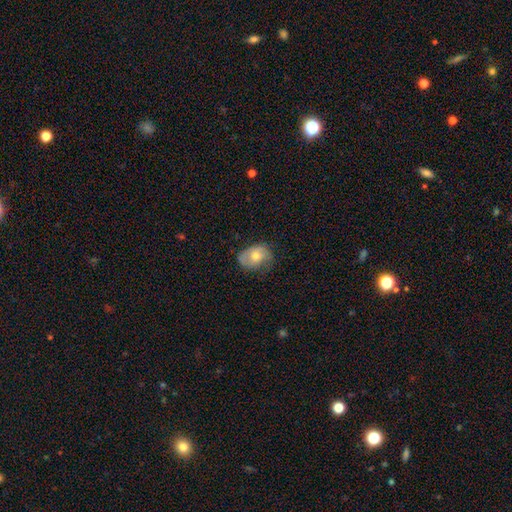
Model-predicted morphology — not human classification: This appears to be a smooth galaxy with no disk features (59%) that is in between round and cigar-shaped (72%). Merging: none (61%).